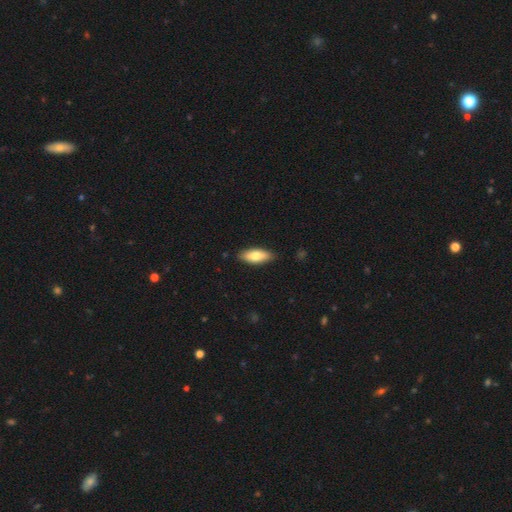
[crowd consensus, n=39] Smooth or featured? 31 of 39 (79%) said smooth. How rounded? 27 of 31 (87%) said in between. Merging? 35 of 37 (95%) said none.